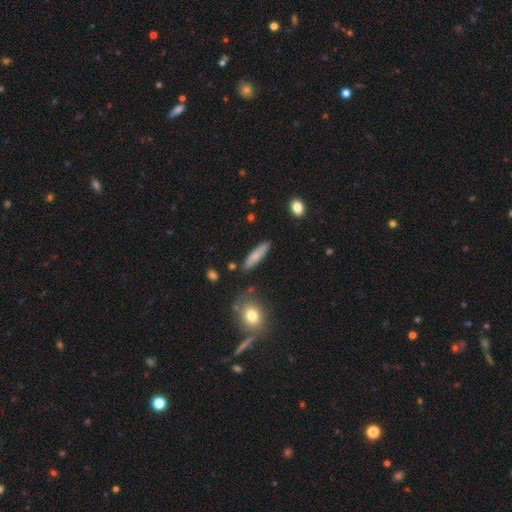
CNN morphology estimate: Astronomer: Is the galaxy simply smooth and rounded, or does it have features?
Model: smooth — 72%.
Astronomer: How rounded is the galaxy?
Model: cigar-shaped — 79%.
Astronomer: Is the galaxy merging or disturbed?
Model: none — 83%.